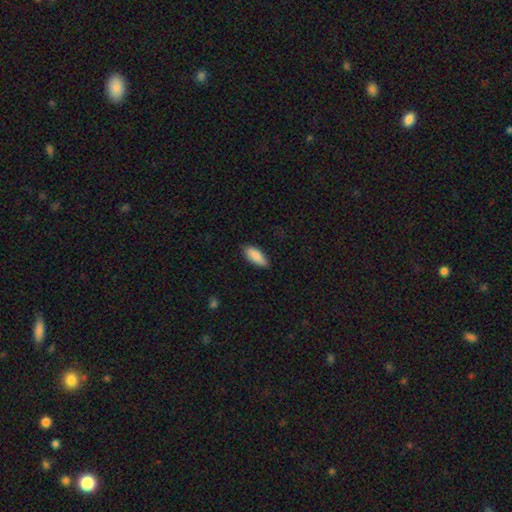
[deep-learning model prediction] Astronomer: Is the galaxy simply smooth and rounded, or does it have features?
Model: smooth — 88%.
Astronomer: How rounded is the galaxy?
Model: in between — 76%.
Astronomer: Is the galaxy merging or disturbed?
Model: none — 82%.